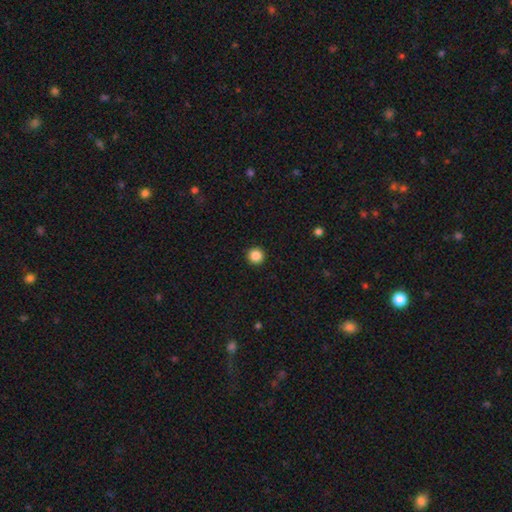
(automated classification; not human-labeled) The model was most divided on "smooth or featured": smooth: 87%, star or artifact: 10%, featured or disk: 3%. More confident: how rounded — round (96%); merging — none (93%).